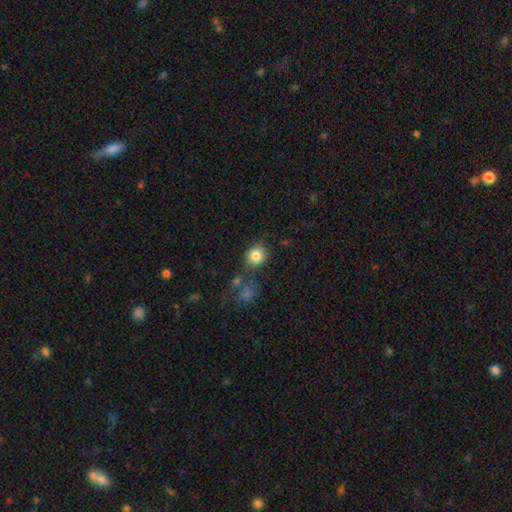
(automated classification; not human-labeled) A smooth galaxy with no disk features (83%) that is round (80%). Merging: none (73%).